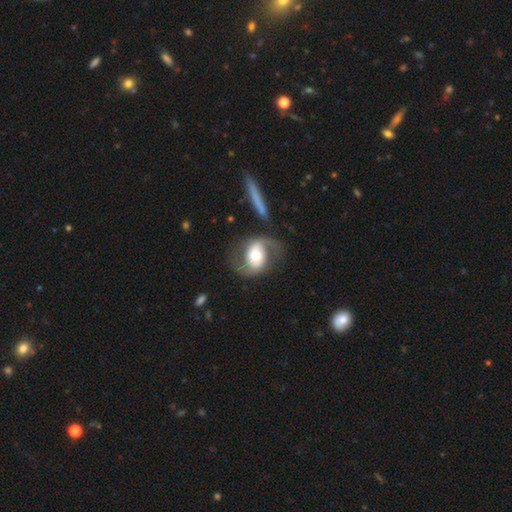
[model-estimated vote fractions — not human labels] smooth_or_featured: featured or disk (p=0.74) [alt: smooth p=0.21]
disk_edge_on: no (p=0.96) [alt: yes p=0.04]
bar: no (p=0.48) [alt: weak p=0.31]
has_spiral_arms: yes (p=0.86) [alt: no p=0.14]
spiral_winding: medium (p=0.45) [alt: loose p=0.41]
spiral_arm_count: 2 (p=0.89) [alt: 1 p=0.05]
bulge_size: moderate (p=0.65) [alt: large p=0.21]
merging: none (p=0.63) [alt: minor disturbance p=0.18]